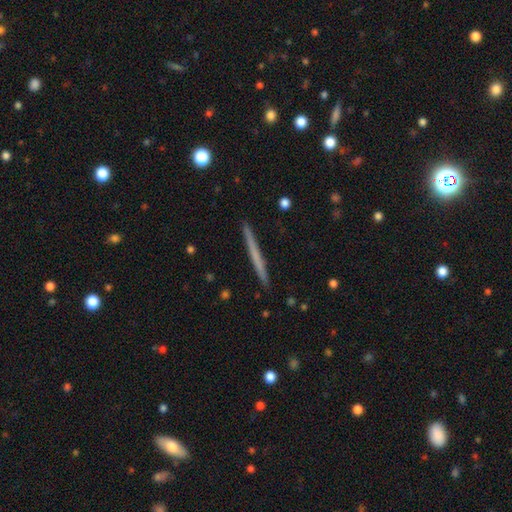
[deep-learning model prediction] Q: Smooth or featured?
A: smooth (49%); runner-up: featured or disk (45%)
Q: Merging?
A: none (92%); runner-up: minor disturbance (6%)